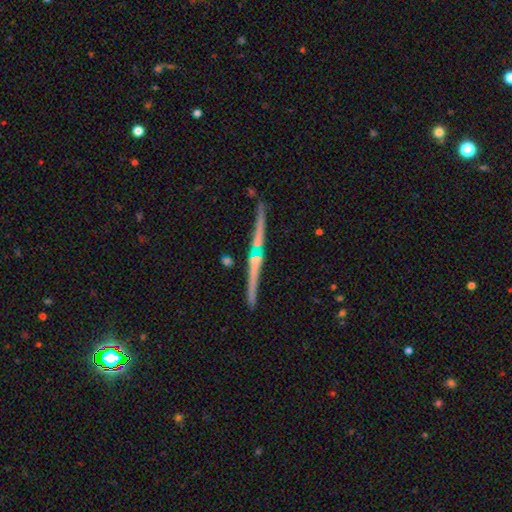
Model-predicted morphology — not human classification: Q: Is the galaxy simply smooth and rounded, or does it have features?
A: featured or disk — 75%.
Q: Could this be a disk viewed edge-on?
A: yes — 97%.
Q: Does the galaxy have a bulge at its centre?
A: rounded — 57%.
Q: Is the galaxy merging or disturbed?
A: none — 81%.